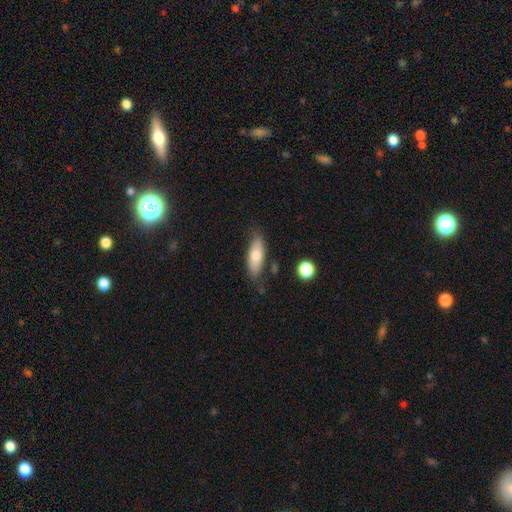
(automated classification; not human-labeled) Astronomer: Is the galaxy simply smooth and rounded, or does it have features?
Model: smooth — 72%.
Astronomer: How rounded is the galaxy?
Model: in between — 66%.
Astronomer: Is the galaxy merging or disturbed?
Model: none — 74%.